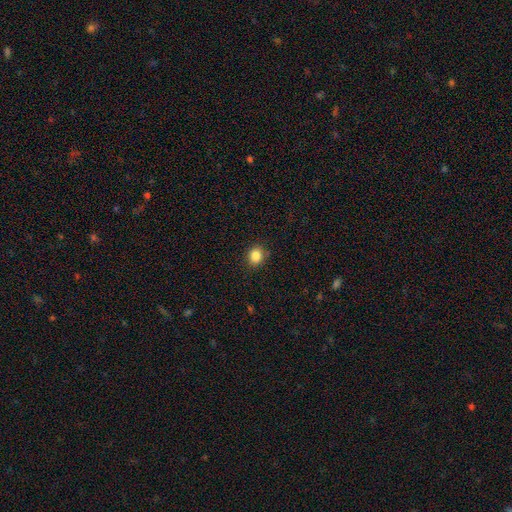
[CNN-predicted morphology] type=smooth (85%); roundness=round (66%); merging=none (87%).